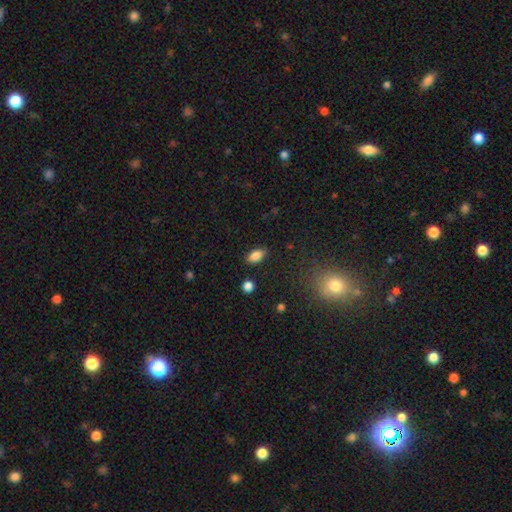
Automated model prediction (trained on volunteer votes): smooth_or_featured: smooth (p=0.86) [alt: star or artifact p=0.09]
how_rounded: in between (p=0.91) [alt: round p=0.05]
merging: none (p=0.86) [alt: minor disturbance p=0.10]